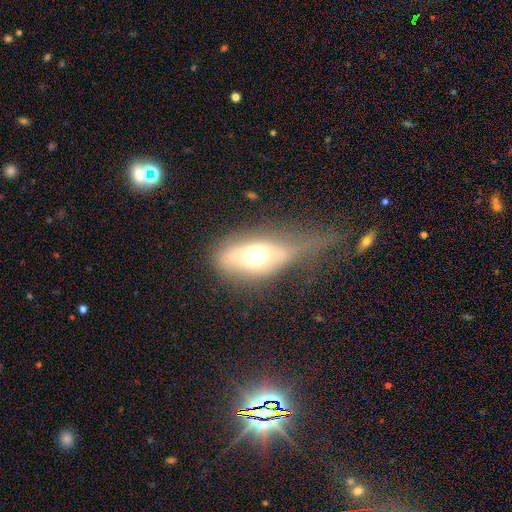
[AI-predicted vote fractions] Smooth or featured?
  - smooth: 52% *
  - featured or disk: 39%
  - star or artifact: 9%
How rounded?
  - in between: 80% *
  - cigar-shaped: 12%
  - round: 8%
Merging?
  - major disturbance: 43% *
  - minor disturbance: 30%
  - none: 22%
  - merger: 5%